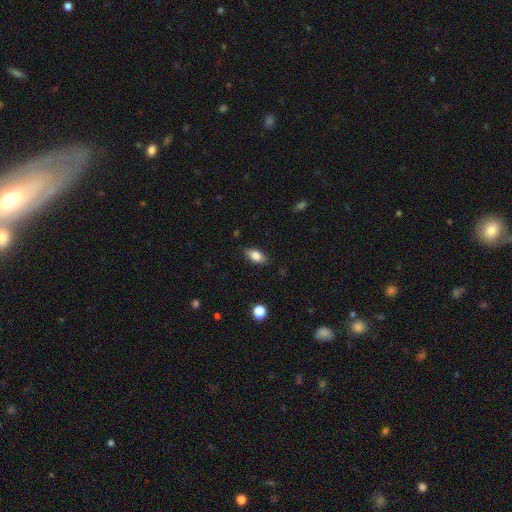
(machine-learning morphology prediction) type=smooth (84%); roundness=in between (89%); merging=none (85%).